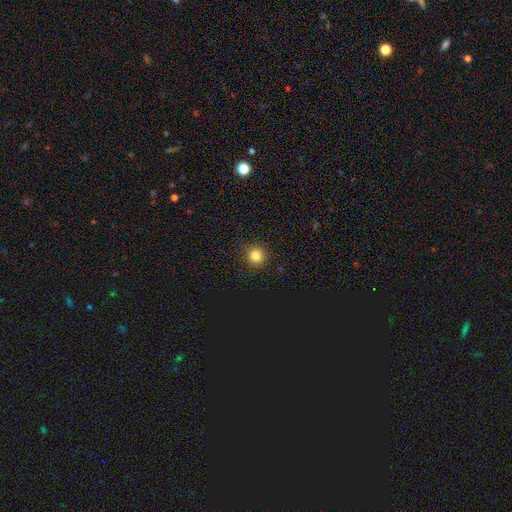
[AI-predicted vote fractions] Smooth or featured: smooth — 80% (star or artifact — 15%)
How rounded: round — 95% (in between — 4%)
Merging: none — 92% (minor disturbance — 5%)